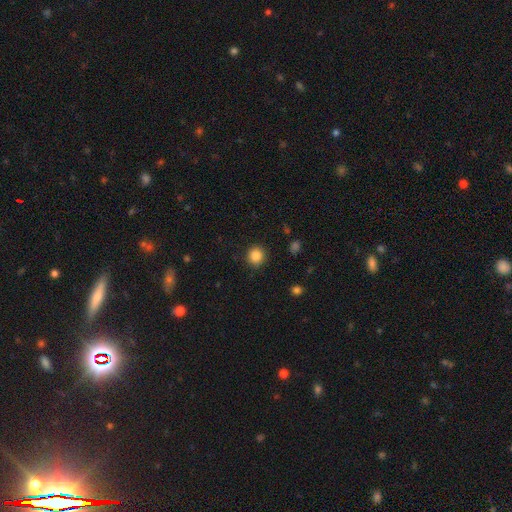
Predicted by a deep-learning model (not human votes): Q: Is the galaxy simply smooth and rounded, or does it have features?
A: smooth — 85%.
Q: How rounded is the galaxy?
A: round — 91%.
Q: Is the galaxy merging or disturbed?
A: none — 90%.